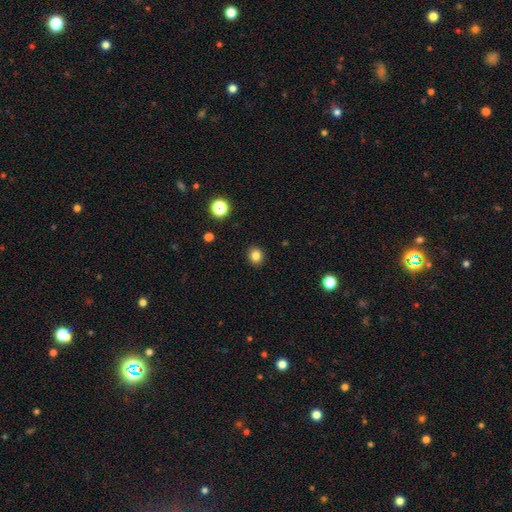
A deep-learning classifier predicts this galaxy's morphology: This appears to be a smooth galaxy with no disk features (82%) that is round (77%). Merging: none (92%).